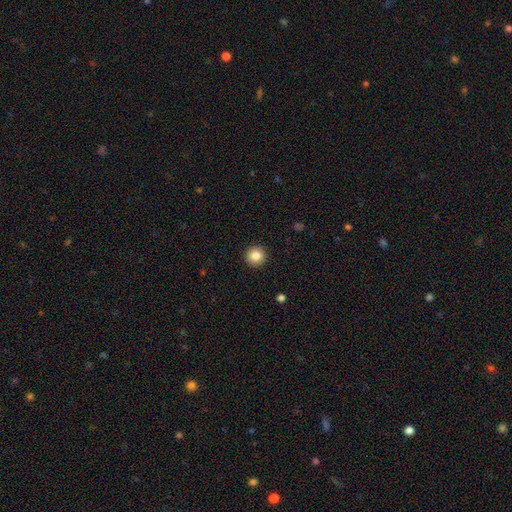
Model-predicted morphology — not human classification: A smooth galaxy with no disk features (84%) that is round (95%).

Vote fractions:
- Smooth or featured? smooth: 84% / star or artifact: 9% / featured or disk: 6%
- How rounded? round: 95% / in between: 4% / cigar-shaped: 1%
- Merging? none: 93% / minor disturbance: 4% / major disturbance: 2% / merger: 1%